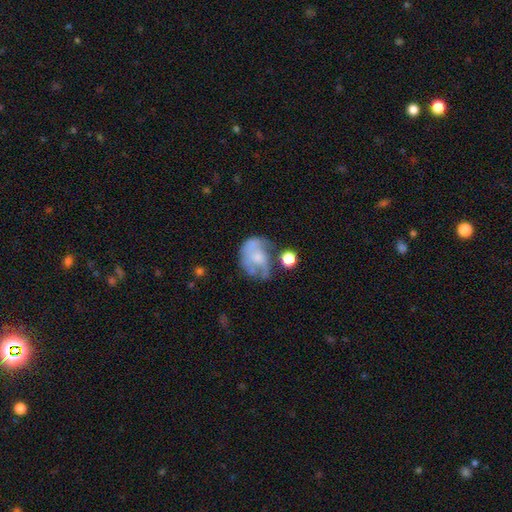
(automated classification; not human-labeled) featured or disk 57%, smooth 33%, star or artifact 10%. Down the decision tree: edge-on disk — no (97%); bar — no (76%); spiral arms — yes (54%); bulge size — small (39%); merging — none (36%).